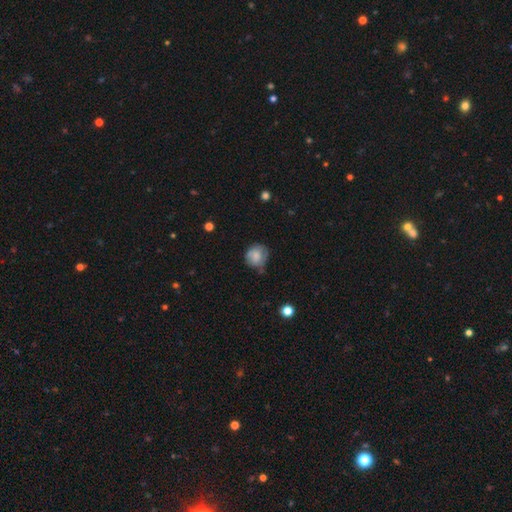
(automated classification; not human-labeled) Smooth or featured? smooth (68%)
How rounded? round (77%)
Merging? none (57%)